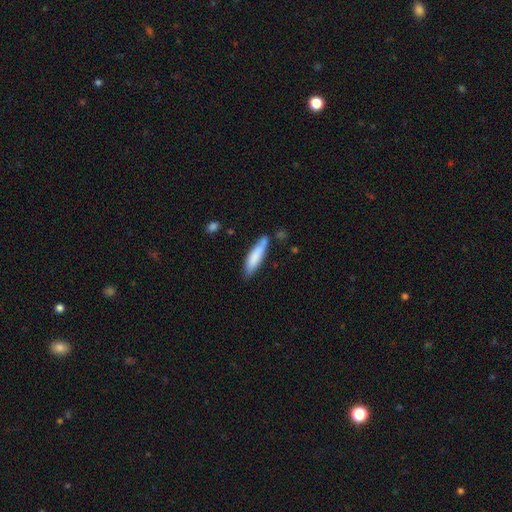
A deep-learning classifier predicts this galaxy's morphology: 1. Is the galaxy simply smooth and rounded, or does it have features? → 80% smooth, 15% featured or disk, 6% star or artifact.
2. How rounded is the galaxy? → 80% cigar-shaped, 19% in between, 1% round.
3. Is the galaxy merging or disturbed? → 67% none, 22% minor disturbance, 7% merger, 4% major disturbance.